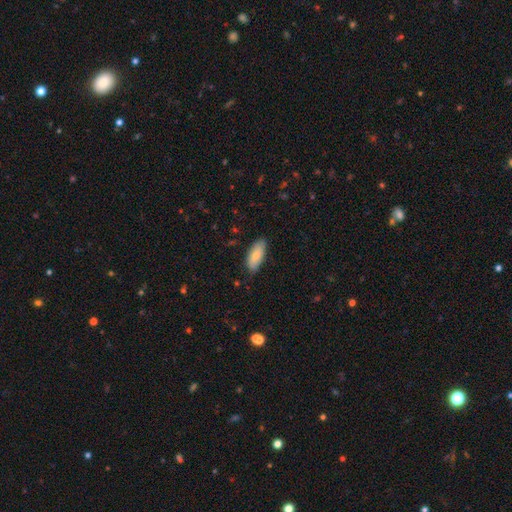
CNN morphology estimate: smooth_or_featured: smooth (p=0.80) [alt: featured or disk p=0.14]
how_rounded: in between (p=0.86) [alt: cigar-shaped p=0.12]
merging: none (p=0.80) [alt: minor disturbance p=0.16]